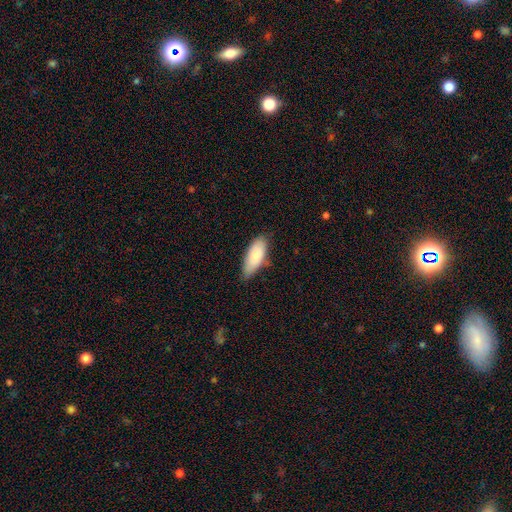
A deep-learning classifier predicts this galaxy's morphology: Smooth or featured? Predicted: smooth (p=0.82). How rounded? Predicted: in between (p=0.81). Merging? Predicted: none (p=0.70).